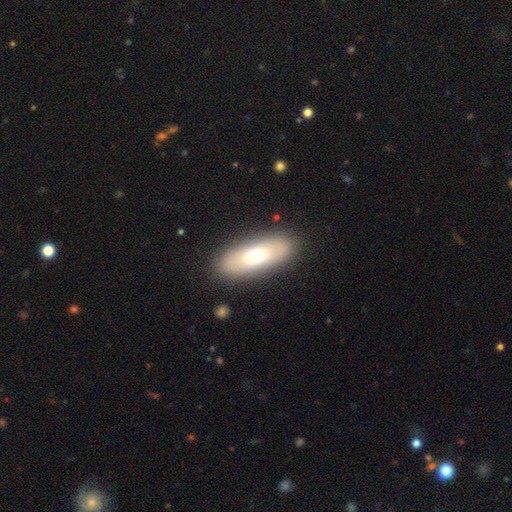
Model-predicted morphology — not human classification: Smooth or featured? smooth (66%)
How rounded? in between (68%)
Merging? none (88%)